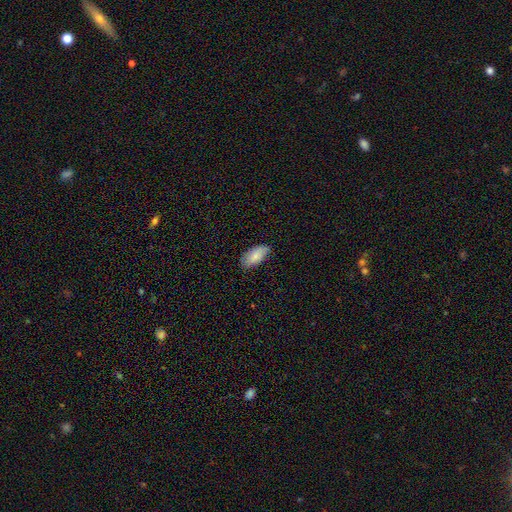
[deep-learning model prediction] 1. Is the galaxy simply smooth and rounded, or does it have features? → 83% smooth, 11% featured or disk, 7% star or artifact.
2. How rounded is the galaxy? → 92% in between, 6% cigar-shaped, 2% round.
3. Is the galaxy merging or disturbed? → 75% none, 21% minor disturbance, 3% major disturbance, 1% merger.